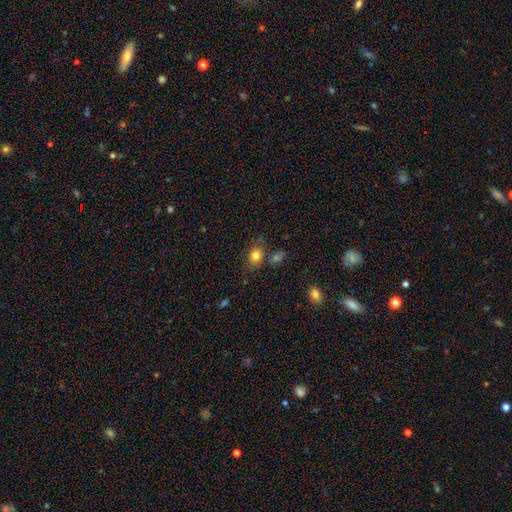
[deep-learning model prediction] Q: Smooth or featured?
A: smooth (81%); runner-up: star or artifact (11%)
Q: How rounded?
A: in between (58%); runner-up: round (41%)
Q: Merging?
A: none (71%); runner-up: minor disturbance (14%)